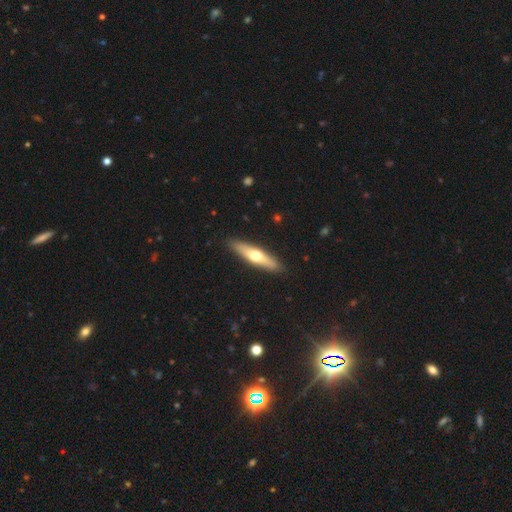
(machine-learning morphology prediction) Smooth or featured?
  - smooth: 50% *
  - featured or disk: 45%
  - star or artifact: 5%
Merging?
  - none: 90% *
  - minor disturbance: 8%
  - major disturbance: 2%
  - merger: 1%